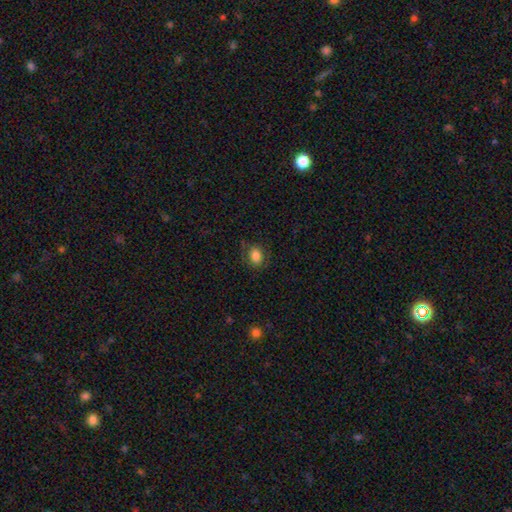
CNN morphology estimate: The model was most divided on "how rounded": in between: 60%, round: 39%, cigar-shaped: 1%. More confident: smooth or featured — smooth (81%); merging — none (77%).